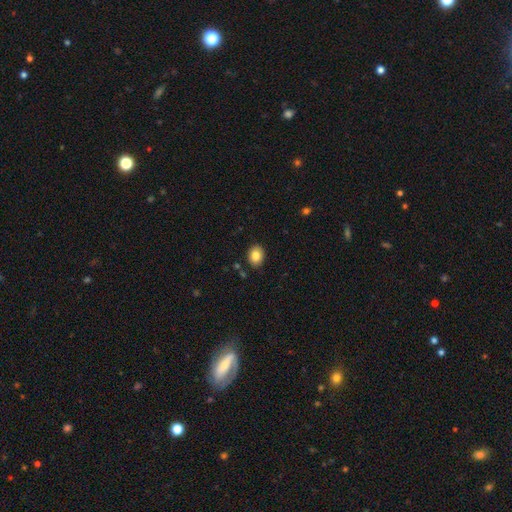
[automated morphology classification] Smooth or featured? smooth (84%)
How rounded? in between (61%)
Merging? none (88%)